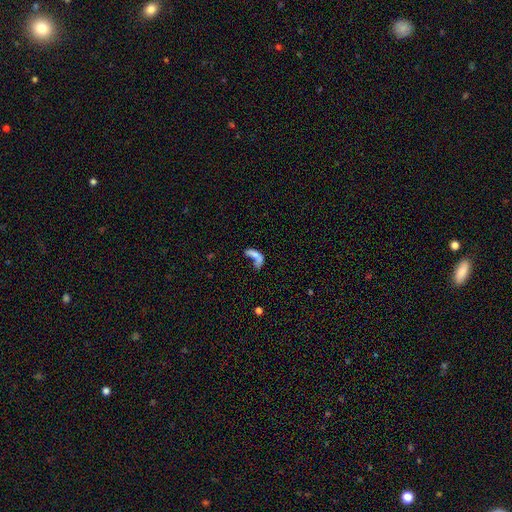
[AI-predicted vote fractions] smooth-or-featured: smooth: 57% | featured or disk: 29% | star or artifact: 14%
  how-rounded: in between: 64% | cigar-shaped: 28% | round: 8%
  merging: merger: 47% | major disturbance: 25% | none: 20% | minor disturbance: 9%